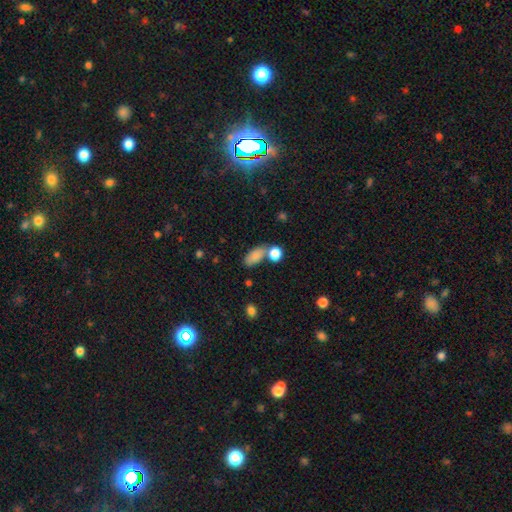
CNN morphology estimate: This appears to be a smooth galaxy with no disk features (82%) that is in between round and cigar-shaped (86%). Merging: none (55%).